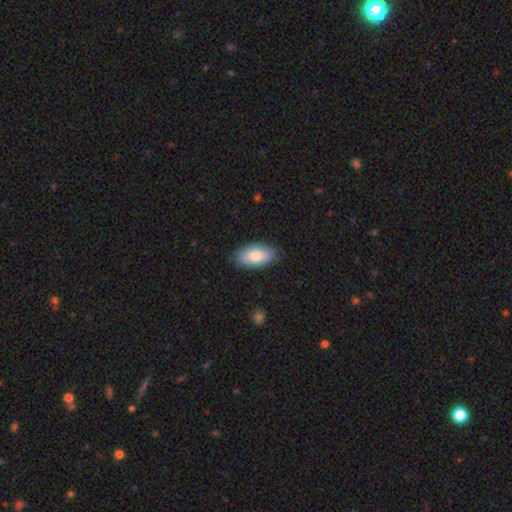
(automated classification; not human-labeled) Morphology: type=smooth (81%); roundness=in between (93%); merging=none (85%).